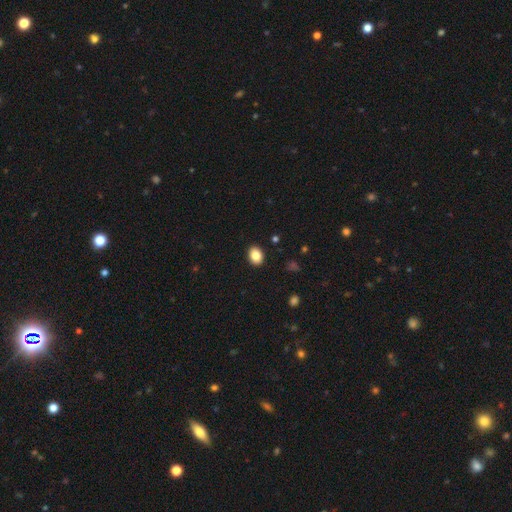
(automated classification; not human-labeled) smooth-or-featured: smooth: 86% | star or artifact: 9% | featured or disk: 6%
  how-rounded: in between: 65% | round: 34% | cigar-shaped: 1%
  merging: none: 91% | minor disturbance: 6% | major disturbance: 2% | merger: 1%